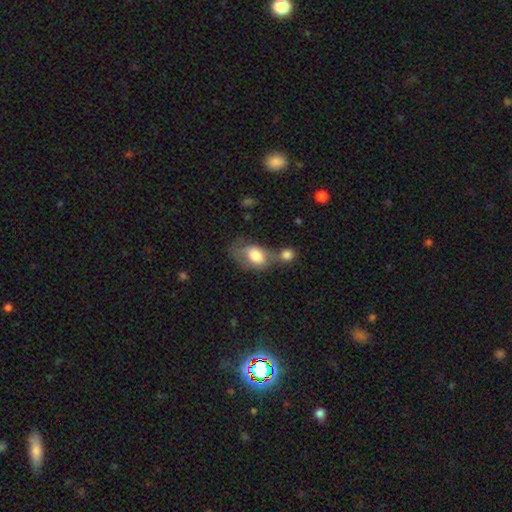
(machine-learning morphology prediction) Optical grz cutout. It shows a smooth galaxy with no disk features (71%) that is in between round and cigar-shaped (82%). Merging: merger (41%).